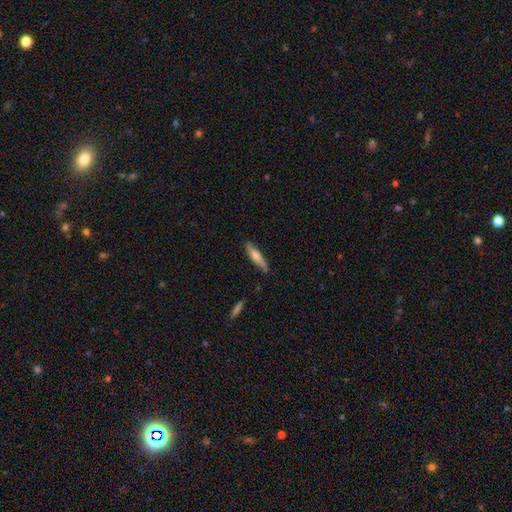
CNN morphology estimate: smooth_or_featured: smooth (p=0.57) [alt: featured or disk p=0.37]
how_rounded: cigar-shaped (p=0.81) [alt: in between p=0.18]
merging: none (p=0.79) [alt: minor disturbance p=0.17]